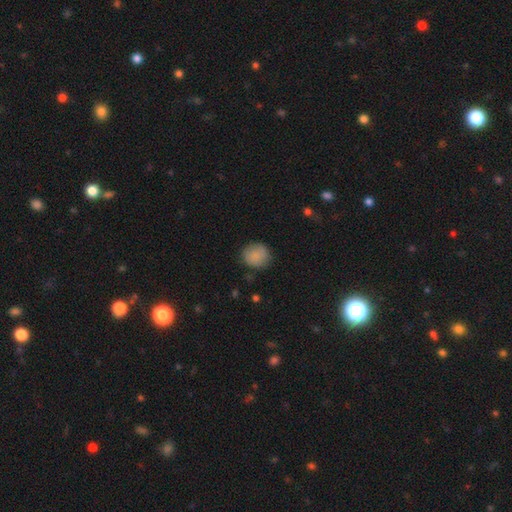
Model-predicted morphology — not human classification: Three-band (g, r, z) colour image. It shows a smooth galaxy with no disk features (86%) that is round (83%). Merging: none (82%).